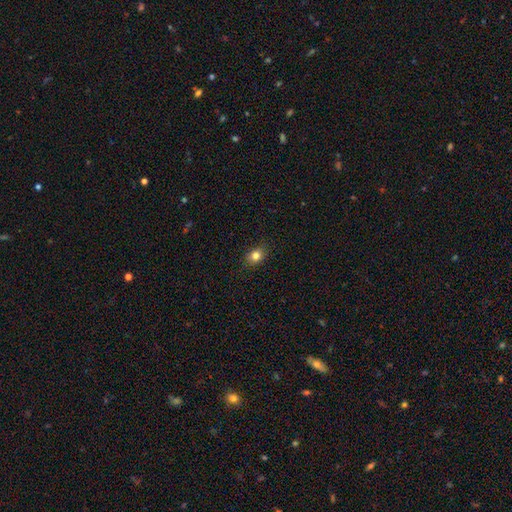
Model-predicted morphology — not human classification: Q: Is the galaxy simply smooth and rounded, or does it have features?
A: smooth — 80%.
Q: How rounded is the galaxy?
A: in between — 53%.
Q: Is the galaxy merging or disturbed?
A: none — 86%.